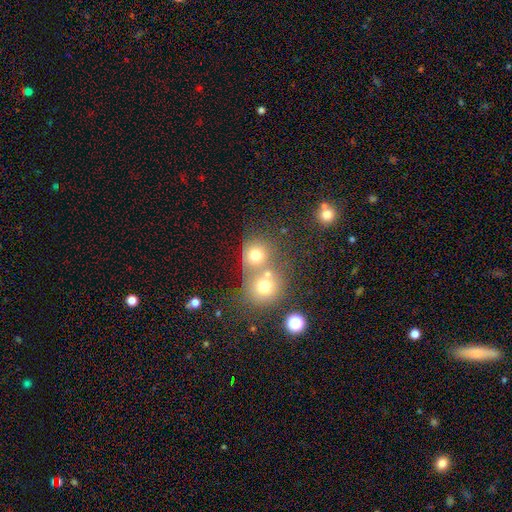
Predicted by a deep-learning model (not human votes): Smooth or featured? smooth (70%)
How rounded? round (81%)
Merging? merger (51%)